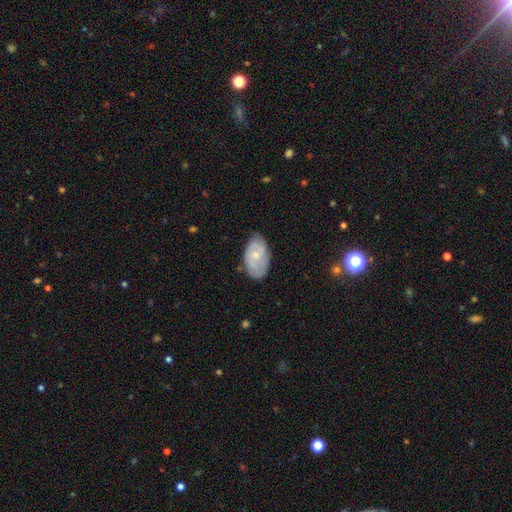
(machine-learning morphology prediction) This is possibly a featured or disk galaxy (51%). It is clearly not viewed edge-on (95%). Merging: likely none (69%).